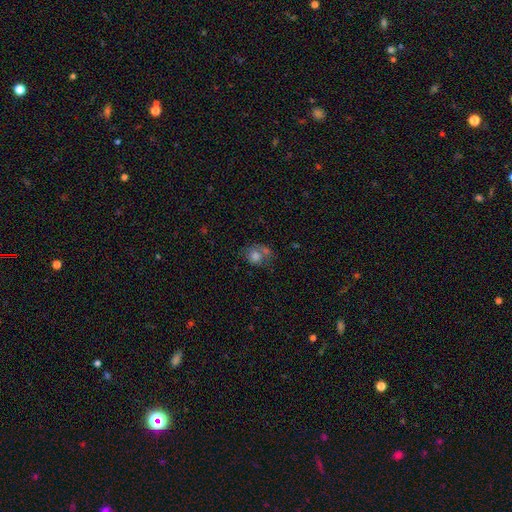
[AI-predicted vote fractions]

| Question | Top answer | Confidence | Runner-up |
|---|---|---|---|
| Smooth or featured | smooth | 63% | featured or disk (22%) |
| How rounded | round | 68% | in between (31%) |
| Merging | none | 43% | merger (23%) |